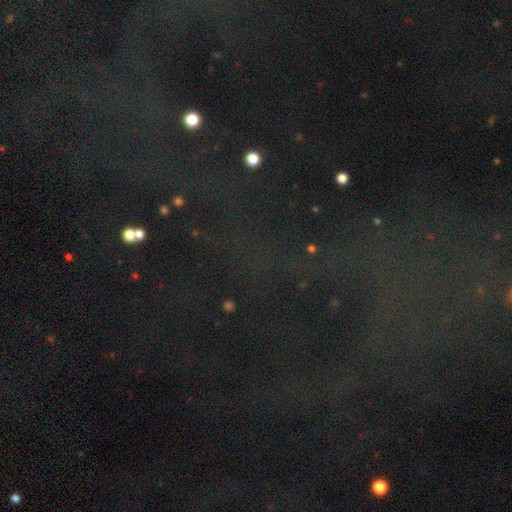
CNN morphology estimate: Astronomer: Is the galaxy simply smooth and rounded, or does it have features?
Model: star or artifact — 76%.